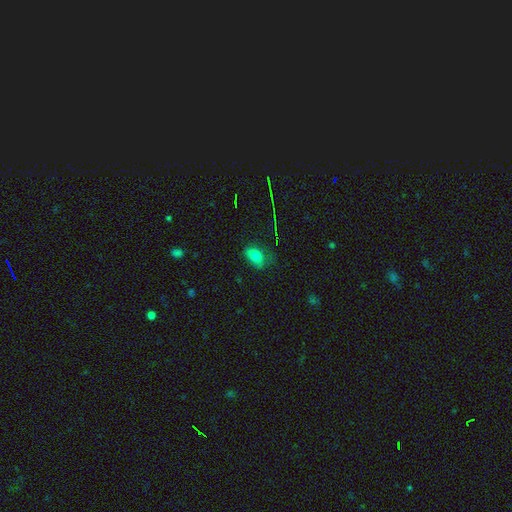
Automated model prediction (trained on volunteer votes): Overall: smooth (74%). How rounded: in between (86%). Merging: none (60%; minor disturbance 28%).